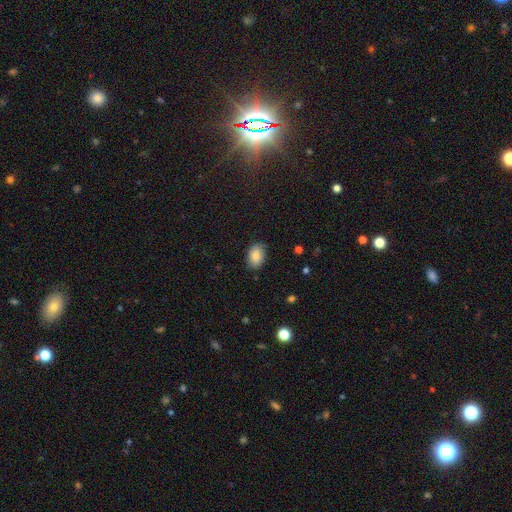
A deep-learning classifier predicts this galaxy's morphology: type=smooth (85%); roundness=in between (86%); merging=none (81%).